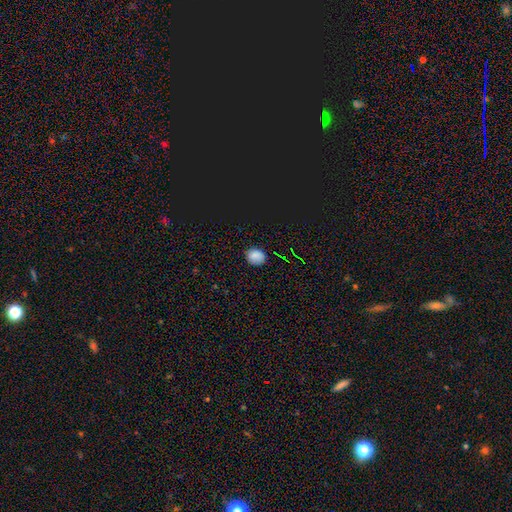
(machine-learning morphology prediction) smooth 80%, star or artifact 16%, featured or disk 4%. Down the decision tree: how rounded — round (65%); merging — none (85%).